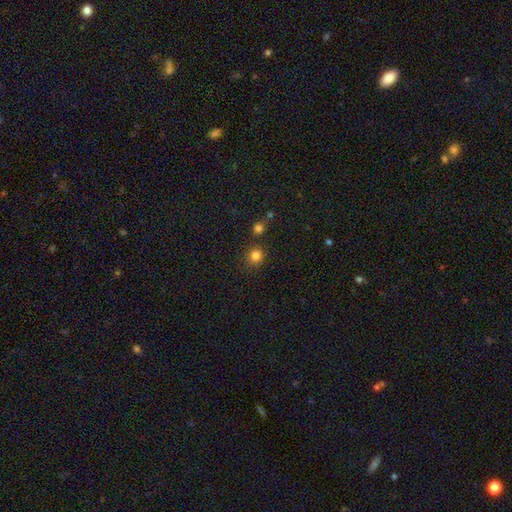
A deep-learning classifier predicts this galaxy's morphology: Smooth or featured? Predicted: smooth (p=0.82). How rounded? Predicted: round (p=0.91). Merging? Predicted: none (p=0.82).